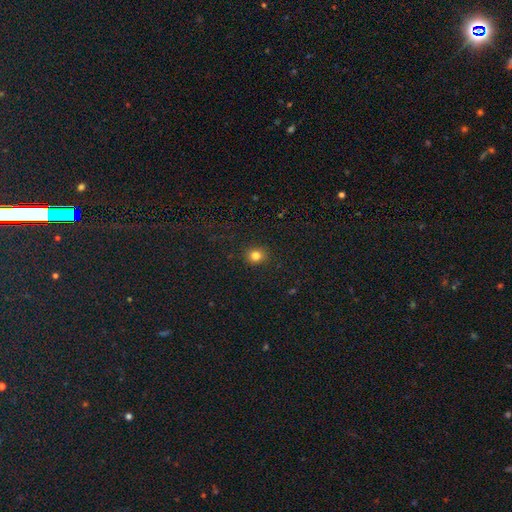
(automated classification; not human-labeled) The model was most divided on "how rounded": round: 79%, in between: 21%, cigar-shaped: 1%. More confident: merging — none (89%); smooth or featured — smooth (81%).